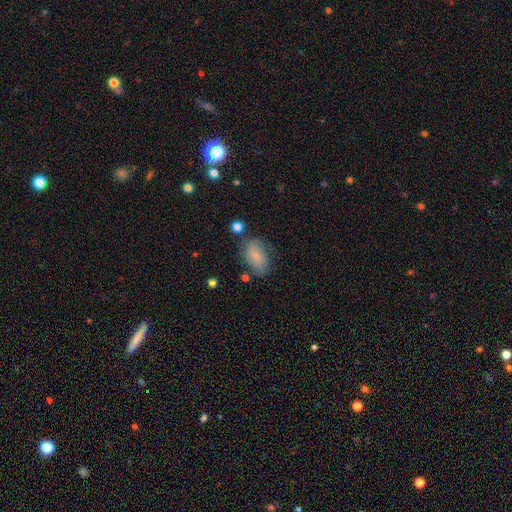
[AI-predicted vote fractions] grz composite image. It shows a smooth galaxy with no disk features (76%) that is in between round and cigar-shaped (90%). Merging: none (65%).